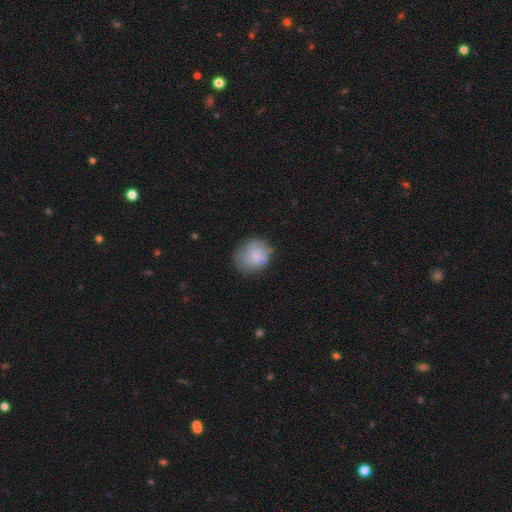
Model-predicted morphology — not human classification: Smooth or featured? smooth (76%)
How rounded? round (70%)
Merging? none (61%)